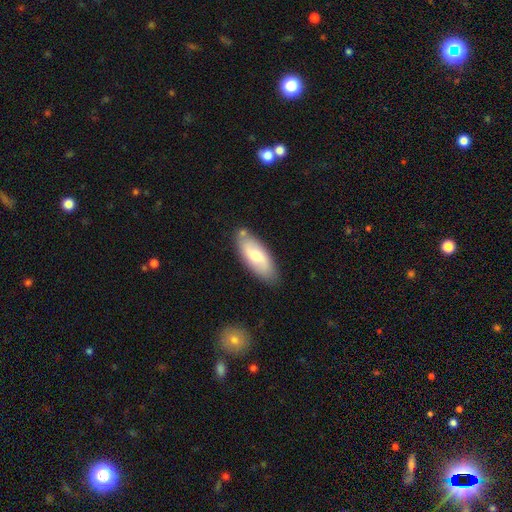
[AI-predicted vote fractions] Overall: smooth (65%; featured or disk 29%). How rounded: in between (79%). Merging: none (78%).